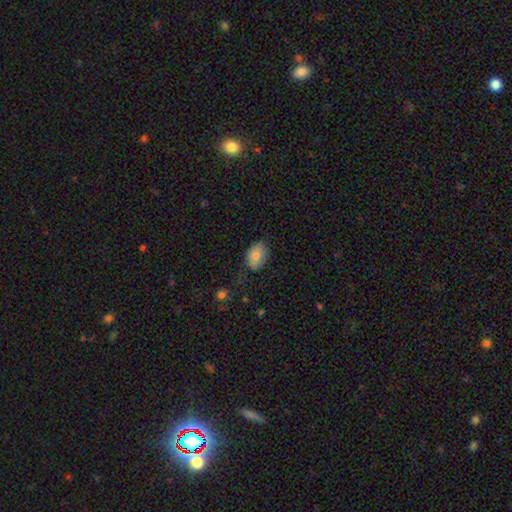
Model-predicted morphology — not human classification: Smooth or featured? smooth (78%)
How rounded? in between (83%)
Merging? none (68%)